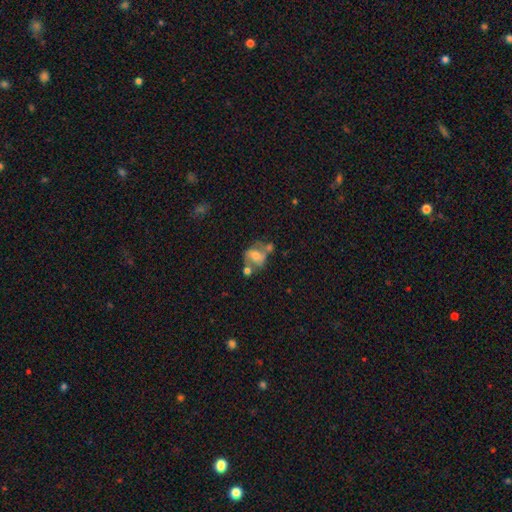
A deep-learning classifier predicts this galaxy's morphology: Smooth or featured: smooth — 47% (featured or disk — 43%)
Merging: none — 40% (merger — 31%)